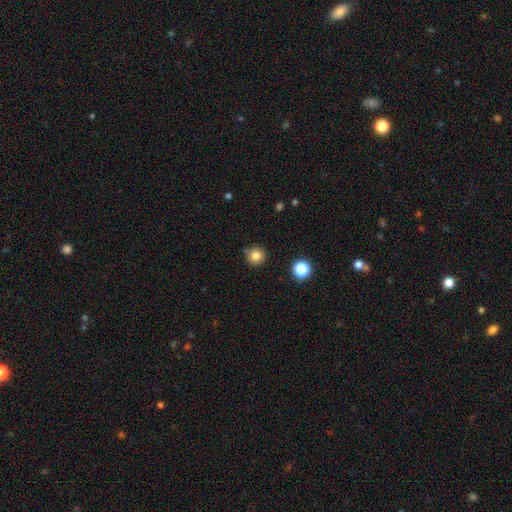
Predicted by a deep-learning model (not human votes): Morphology: type=smooth (82%); roundness=round (94%); merging=none (85%).